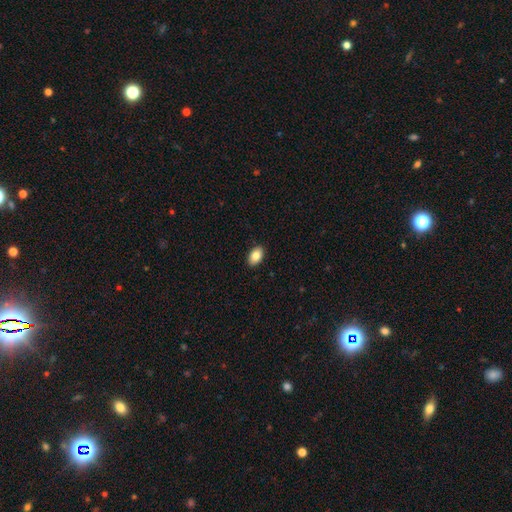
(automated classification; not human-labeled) Smooth or featured? Predicted: smooth (p=0.85). How rounded? Predicted: in between (p=0.90). Merging? Predicted: none (p=0.90).